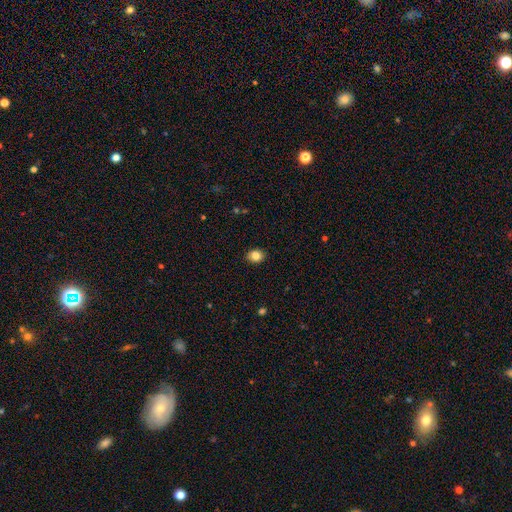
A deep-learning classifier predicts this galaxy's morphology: smooth 84%, star or artifact 10%, featured or disk 7%. Down the decision tree: how rounded — in between (50%); merging — none (88%).